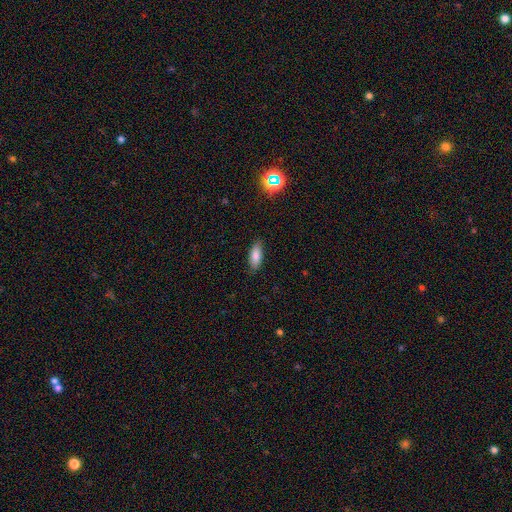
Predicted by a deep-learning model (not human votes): A smooth galaxy with no disk features (83%) that is in between round and cigar-shaped (73%).

Vote fractions:
- Smooth or featured? smooth: 83% / featured or disk: 9% / star or artifact: 8%
- How rounded? in between: 73% / cigar-shaped: 24% / round: 2%
- Merging? none: 85% / minor disturbance: 12% / major disturbance: 2% / merger: 1%